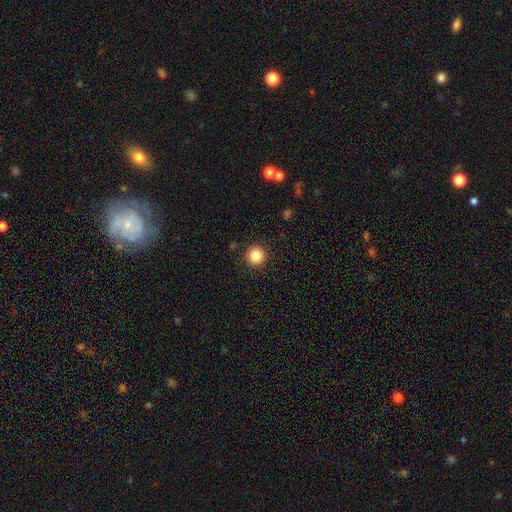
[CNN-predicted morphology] smooth_or_featured: smooth (p=0.86) [alt: star or artifact p=0.11]
how_rounded: round (p=0.95) [alt: in between p=0.04]
merging: none (p=0.92) [alt: minor disturbance p=0.05]